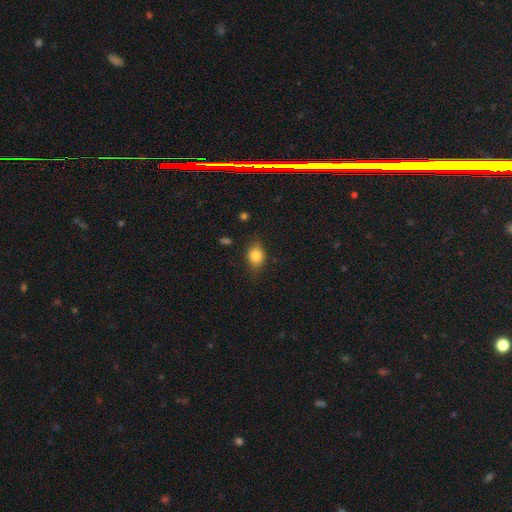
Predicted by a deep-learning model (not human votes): Smooth or featured?
  - smooth: 82% *
  - star or artifact: 9%
  - featured or disk: 9%
How rounded?
  - in between: 52% *
  - round: 47%
  - cigar-shaped: 2%
Merging?
  - none: 72% *
  - minor disturbance: 21%
  - major disturbance: 5%
  - merger: 1%